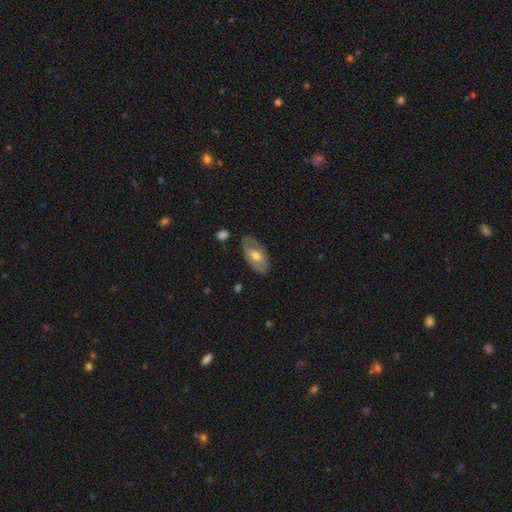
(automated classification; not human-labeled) Morphology: type=featured or disk (52%); edge-on=no (86%); merging=none (76%).